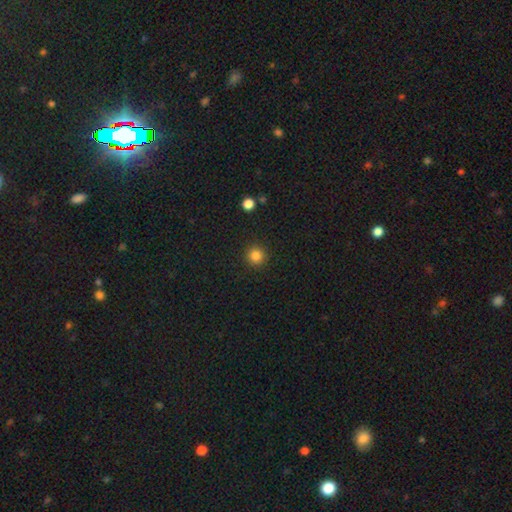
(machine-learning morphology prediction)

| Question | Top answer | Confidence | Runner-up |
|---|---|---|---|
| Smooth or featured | smooth | 84% | star or artifact (12%) |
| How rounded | round | 95% | in between (4%) |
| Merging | none | 92% | minor disturbance (5%) |